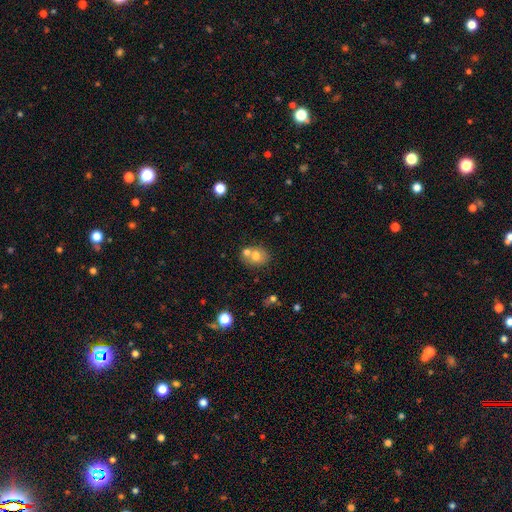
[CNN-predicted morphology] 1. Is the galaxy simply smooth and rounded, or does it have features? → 69% smooth, 20% featured or disk, 11% star or artifact.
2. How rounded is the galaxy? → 58% round, 41% in between, 1% cigar-shaped.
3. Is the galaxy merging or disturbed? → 47% none, 38% merger, 11% minor disturbance, 4% major disturbance.